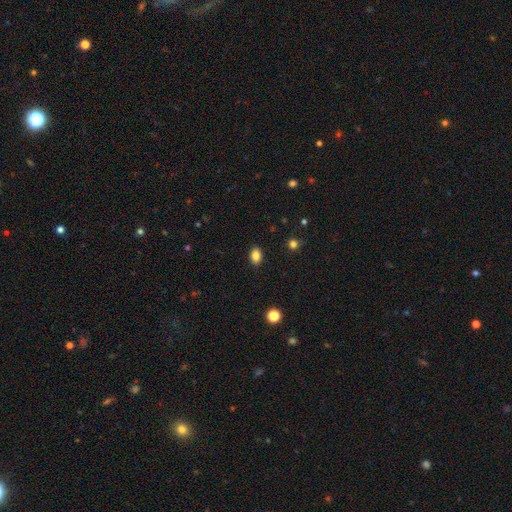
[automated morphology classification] smooth-or-featured: smooth: 85% | star or artifact: 10% | featured or disk: 5%
  how-rounded: in between: 81% | round: 17% | cigar-shaped: 1%
  merging: none: 89% | minor disturbance: 8% | major disturbance: 2% | merger: 1%